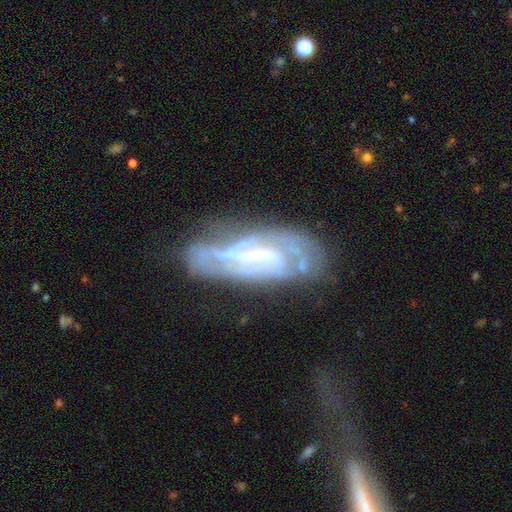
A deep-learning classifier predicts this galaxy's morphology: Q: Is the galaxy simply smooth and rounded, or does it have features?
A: featured or disk — 83%.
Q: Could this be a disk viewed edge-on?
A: no — 89%.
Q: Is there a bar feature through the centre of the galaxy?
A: strong — 41%, tied with weak.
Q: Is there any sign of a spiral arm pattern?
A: yes — 90%.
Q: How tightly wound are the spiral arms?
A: tight — 49%.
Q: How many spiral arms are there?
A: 2 — 42%.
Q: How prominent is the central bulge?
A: small — 45%.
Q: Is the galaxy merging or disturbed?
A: none — 58%.